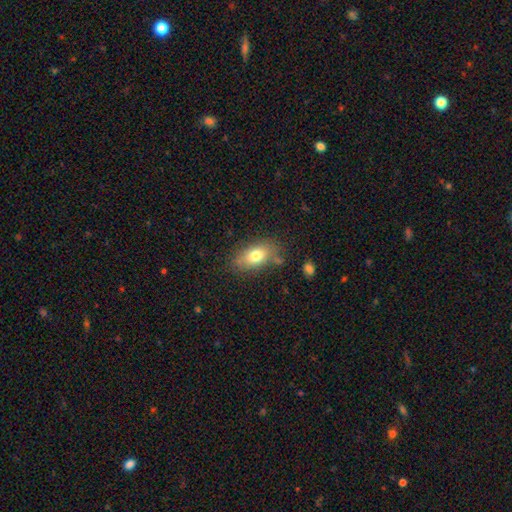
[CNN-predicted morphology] This is likely a smooth galaxy (76%). How rounded: clearly in between (87%). Merging: likely none (73%).